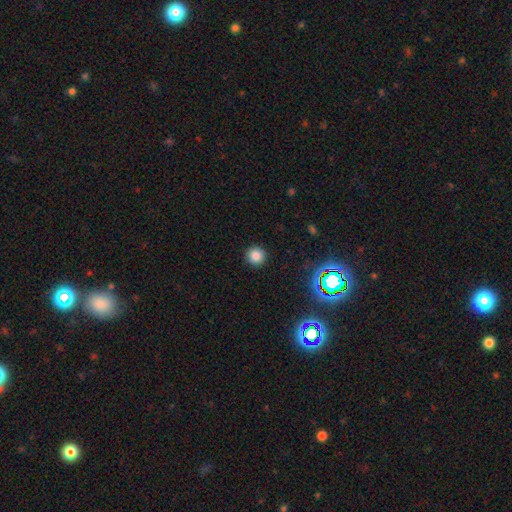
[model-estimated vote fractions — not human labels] A smooth galaxy with no disk features (81%) that is round (95%).

Vote fractions:
- Smooth or featured? smooth: 81% / star or artifact: 14% / featured or disk: 5%
- How rounded? round: 95% / in between: 4% / cigar-shaped: 1%
- Merging? none: 92% / minor disturbance: 5% / major disturbance: 2% / merger: 1%